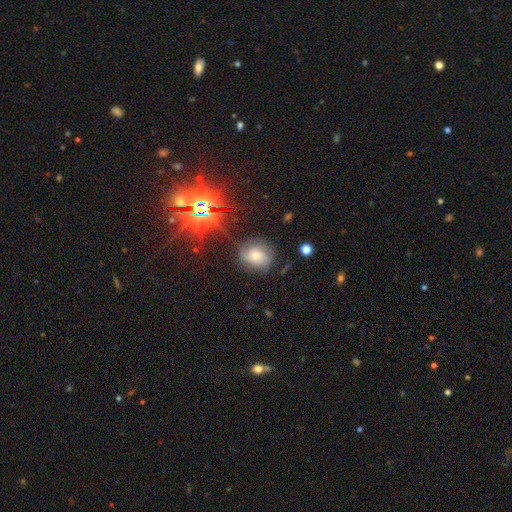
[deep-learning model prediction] Q: Smooth or featured?
A: featured or disk (41%); runner-up: smooth (31%)
Q: Merging?
A: none (72%); runner-up: minor disturbance (18%)